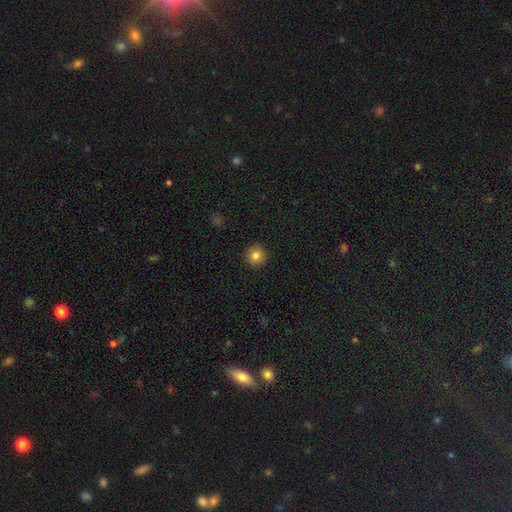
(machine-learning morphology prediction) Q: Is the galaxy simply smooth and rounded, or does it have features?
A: smooth — 83%.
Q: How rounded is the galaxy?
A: round — 95%.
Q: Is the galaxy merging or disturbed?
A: none — 93%.